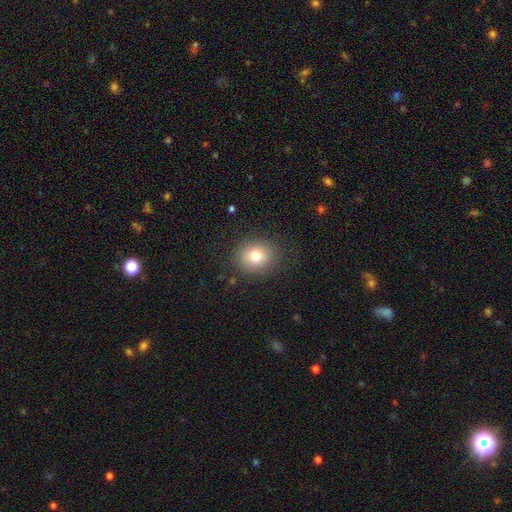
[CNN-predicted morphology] The model was most divided on "how rounded": round: 65%, in between: 35%, cigar-shaped: 1%. More confident: merging — none (85%); smooth or featured — smooth (79%).